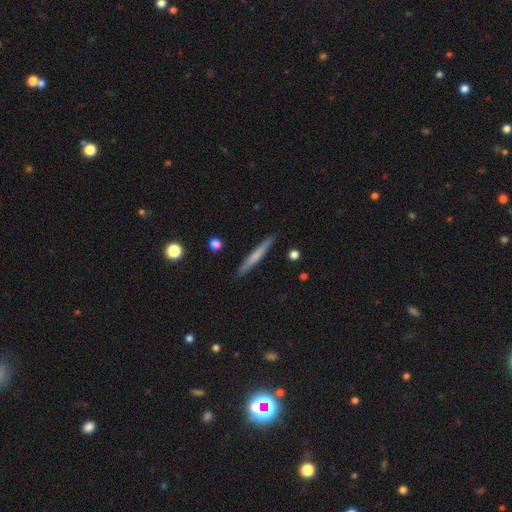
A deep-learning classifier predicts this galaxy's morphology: Smooth or featured? smooth (62%)
How rounded? cigar-shaped (96%)
Merging? none (91%)